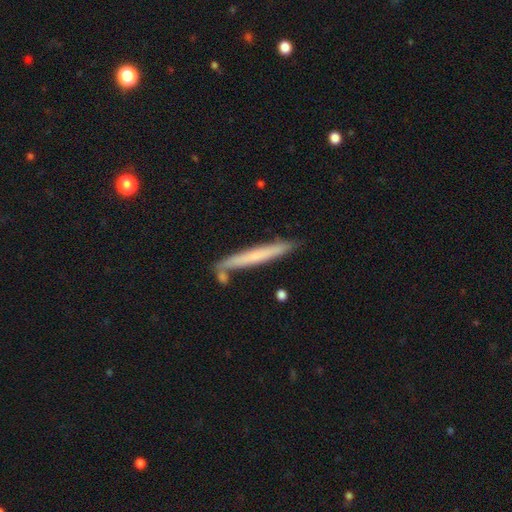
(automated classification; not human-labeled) A smooth galaxy with no disk features (57%) that is cigar-shaped (96%). Merging: none (78%).